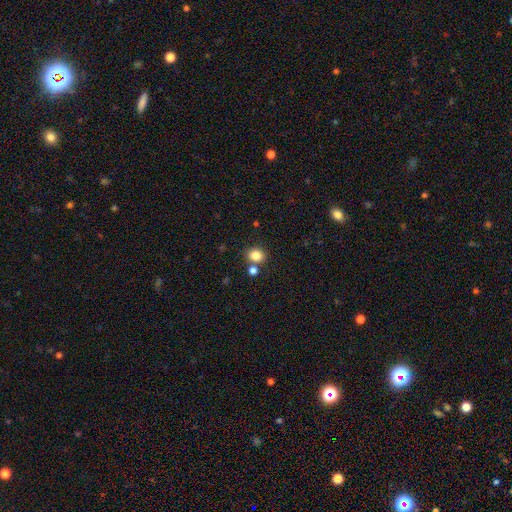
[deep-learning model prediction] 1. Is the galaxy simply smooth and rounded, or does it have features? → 83% smooth, 11% star or artifact, 6% featured or disk.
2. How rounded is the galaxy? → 71% round, 28% in between, 1% cigar-shaped.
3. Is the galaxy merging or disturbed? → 72% none, 16% merger, 9% minor disturbance, 3% major disturbance.